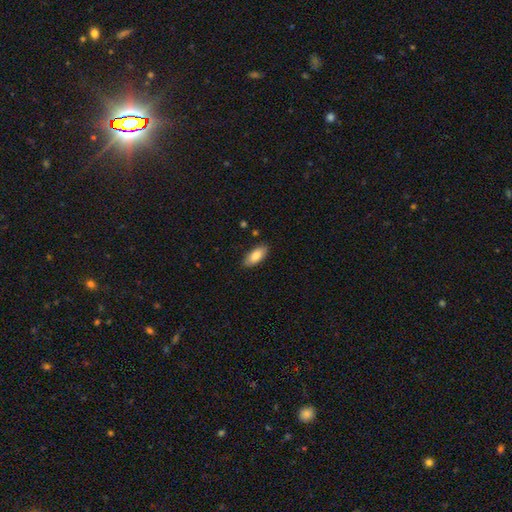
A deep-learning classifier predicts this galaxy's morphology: smooth_or_featured: smooth (p=0.84) [alt: featured or disk p=0.10]
how_rounded: in between (p=0.86) [alt: cigar-shaped p=0.12]
merging: none (p=0.86) [alt: minor disturbance p=0.11]